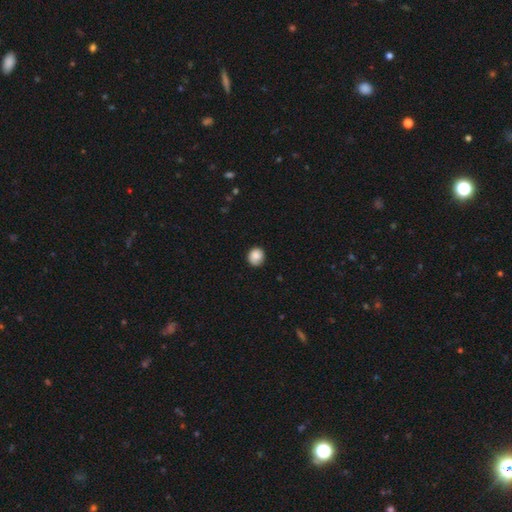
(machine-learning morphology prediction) A smooth galaxy with no disk features (86%) that is round (88%). Merging: none (82%).